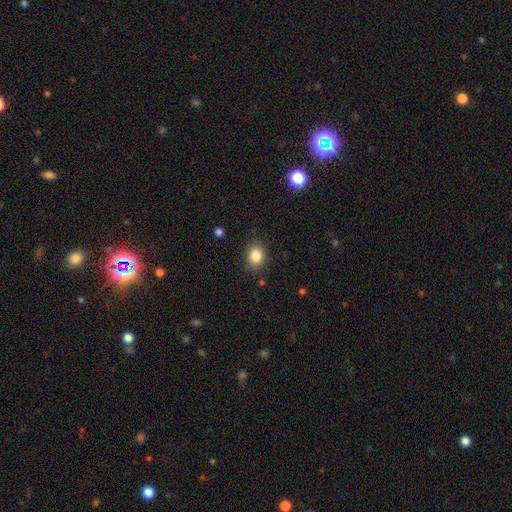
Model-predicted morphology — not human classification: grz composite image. It shows a smooth galaxy with no disk features (85%) that is round (50%). Merging: none (85%).